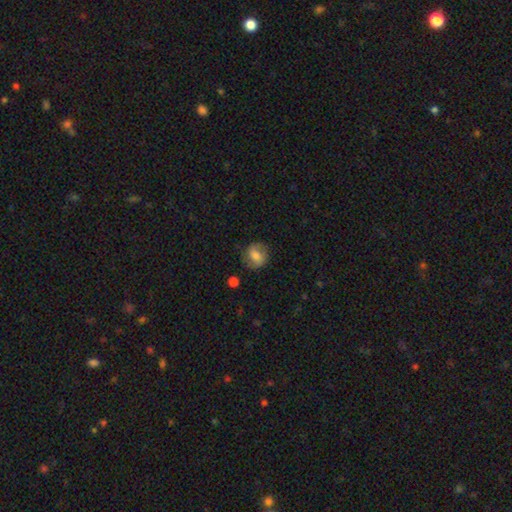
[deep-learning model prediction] Smooth or featured?
  - smooth: 63% *
  - featured or disk: 29%
  - star or artifact: 8%
How rounded?
  - round: 71% *
  - in between: 28%
  - cigar-shaped: 1%
Merging?
  - none: 75% *
  - minor disturbance: 17%
  - major disturbance: 6%
  - merger: 2%